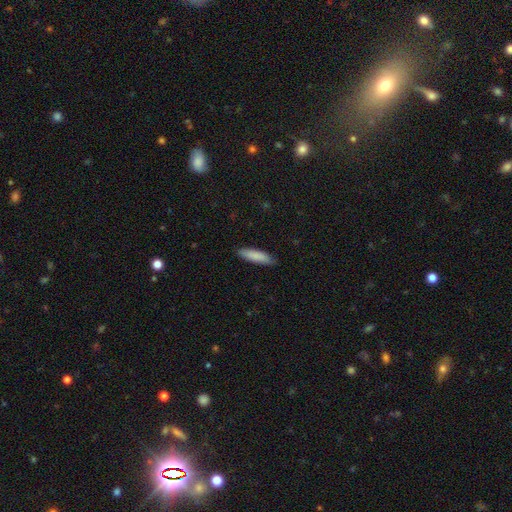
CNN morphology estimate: Q: Smooth or featured?
A: smooth (86%); runner-up: featured or disk (9%)
Q: How rounded?
A: cigar-shaped (67%); runner-up: in between (32%)
Q: Merging?
A: none (86%); runner-up: minor disturbance (11%)